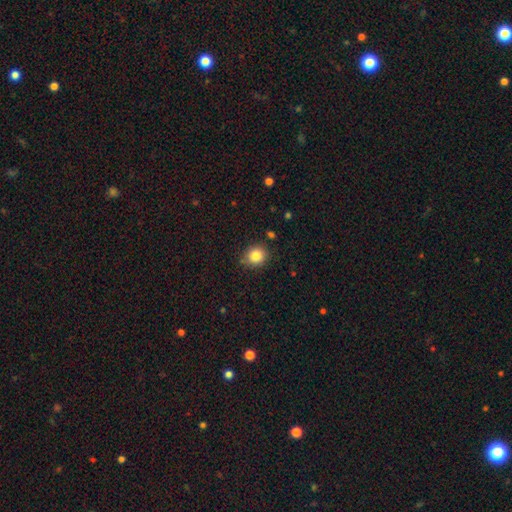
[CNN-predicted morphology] type=smooth (84%); roundness=round (81%); merging=none (83%).